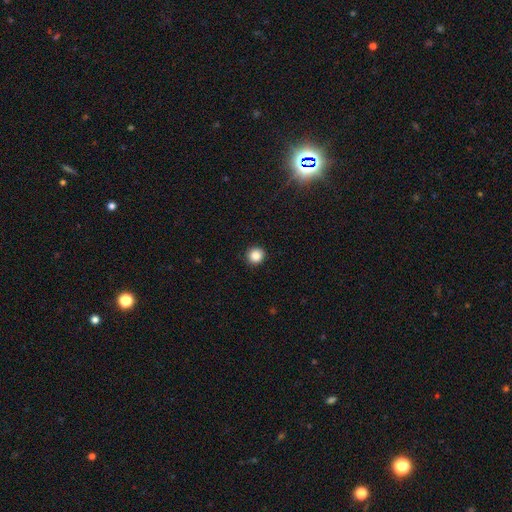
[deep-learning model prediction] This appears to be a smooth galaxy with no disk features (86%) that is round (94%). Merging: none (92%).